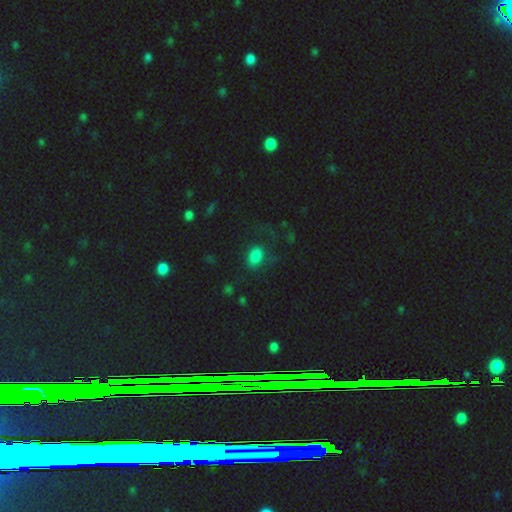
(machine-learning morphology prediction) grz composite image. It shows a smooth galaxy with no disk features (75%) that is in between round and cigar-shaped (80%). Merging: none (62%).